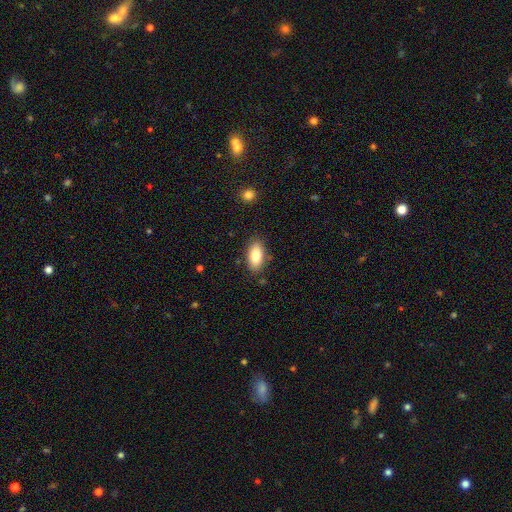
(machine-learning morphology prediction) The model was most divided on "smooth or featured": smooth: 83%, featured or disk: 10%, star or artifact: 7%. More confident: how rounded — in between (91%); merging — none (85%).